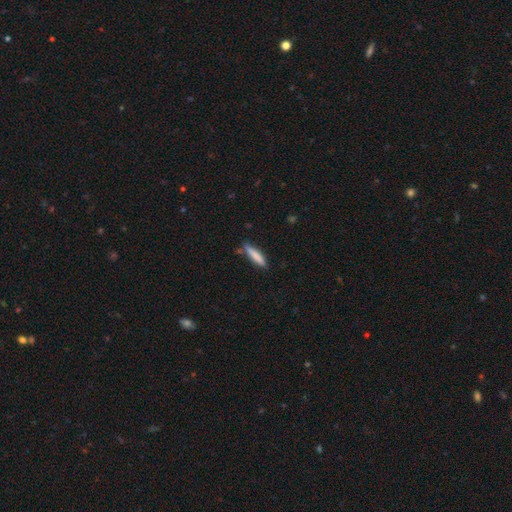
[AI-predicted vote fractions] This appears to be a smooth galaxy with no disk features (82%) that is cigar-shaped (83%). Merging: none (75%).